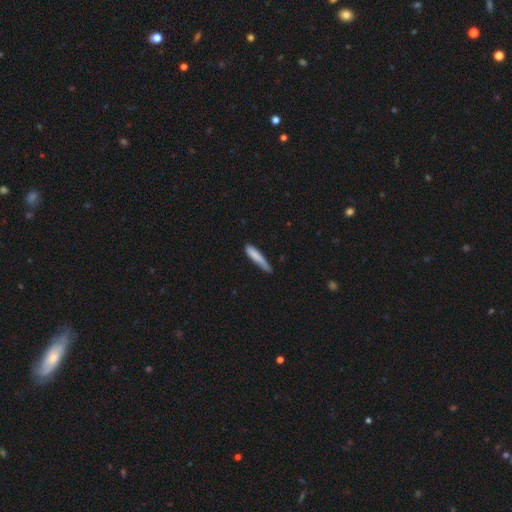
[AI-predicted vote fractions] Smooth or featured: smooth — 80% (featured or disk — 14%)
How rounded: cigar-shaped — 89% (in between — 9%)
Merging: none — 58% (minor disturbance — 33%)